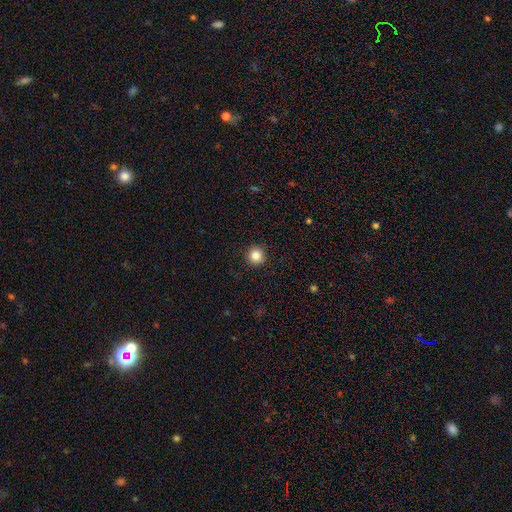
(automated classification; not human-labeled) This is clearly a smooth galaxy (84%). How rounded: clearly round (95%). Merging: clearly none (93%).